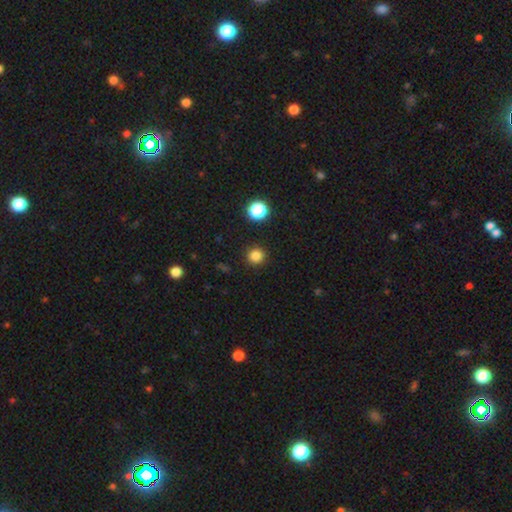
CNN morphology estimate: A smooth galaxy with no disk features (83%) that is round (93%).

Vote fractions:
- Smooth or featured? smooth: 83% / star or artifact: 14% / featured or disk: 4%
- How rounded? round: 93% / in between: 6% / cigar-shaped: 1%
- Merging? none: 91% / minor disturbance: 5% / major disturbance: 2% / merger: 1%